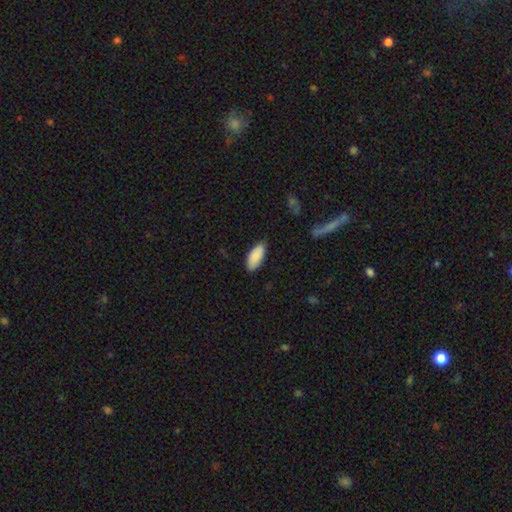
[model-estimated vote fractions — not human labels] smooth_or_featured: smooth (p=0.89) [alt: star or artifact p=0.06]
how_rounded: in between (p=0.89) [alt: cigar-shaped p=0.10]
merging: none (p=0.81) [alt: minor disturbance p=0.16]